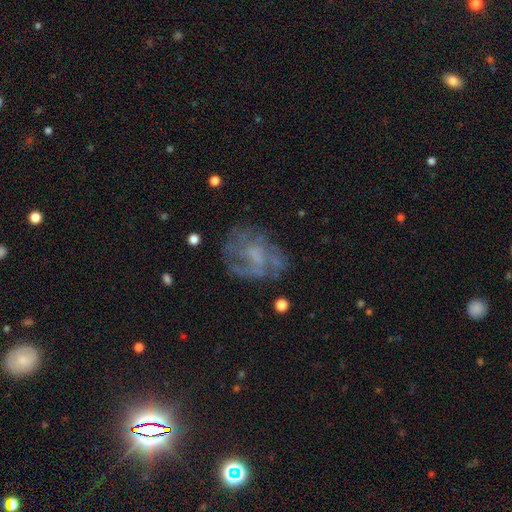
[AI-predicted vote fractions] This appears to be a featured or disk galaxy (62%) with no bar (69%), spiral arms (61%) and no central bulge (45%). Merging: none (60%).